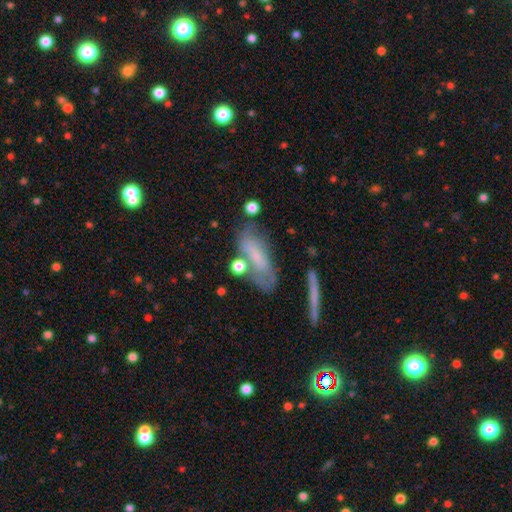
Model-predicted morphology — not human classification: Smooth or featured? smooth (55%)
How rounded? in between (62%)
Merging? none (50%)